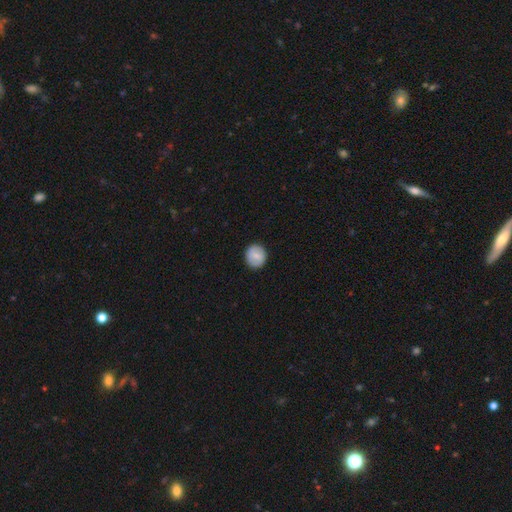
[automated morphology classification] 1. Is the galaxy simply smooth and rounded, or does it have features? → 71% smooth, 23% featured or disk, 6% star or artifact.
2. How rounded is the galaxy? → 90% round, 9% in between, 1% cigar-shaped.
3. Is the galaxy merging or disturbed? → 90% none, 7% minor disturbance, 2% major disturbance, 1% merger.